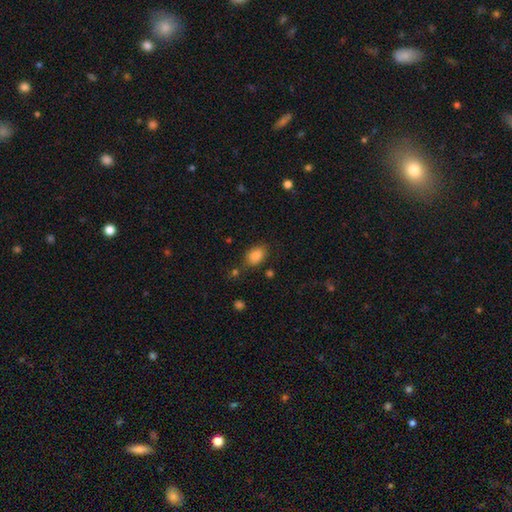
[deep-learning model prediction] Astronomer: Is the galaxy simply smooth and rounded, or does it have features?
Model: smooth — 86%.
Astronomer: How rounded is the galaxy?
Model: in between — 81%.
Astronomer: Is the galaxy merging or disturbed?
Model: none — 75%.